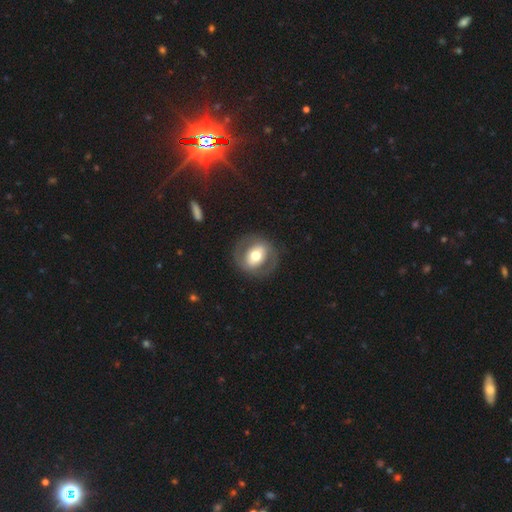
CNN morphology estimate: smooth_or_featured: featured or disk (p=0.53) [alt: smooth p=0.41]
disk_edge_on: no (p=0.95) [alt: yes p=0.05]
bar: no (p=0.39) [alt: strong p=0.32]
has_spiral_arms: no (p=0.63) [alt: yes p=0.37]
bulge_size: moderate (p=0.63) [alt: large p=0.27]
merging: none (p=0.82) [alt: minor disturbance p=0.10]